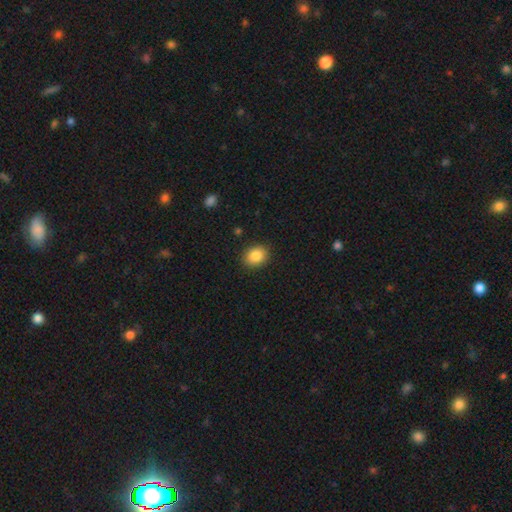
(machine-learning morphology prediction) A smooth galaxy with no disk features (87%) that is in between round and cigar-shaped (53%). Merging: none (89%).